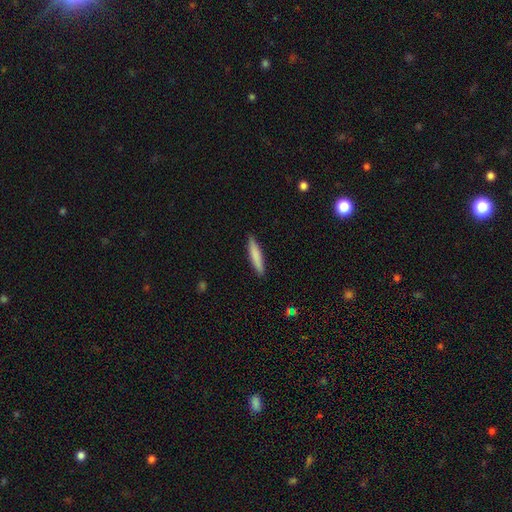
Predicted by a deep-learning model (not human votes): smooth 78%, featured or disk 16%, star or artifact 6%. Down the decision tree: how rounded — cigar-shaped (89%); merging — none (90%).